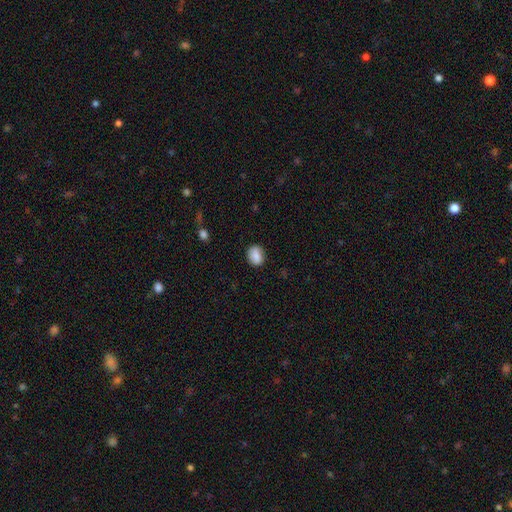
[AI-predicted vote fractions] A smooth galaxy with no disk features (87%) that is in between round and cigar-shaped (57%). Merging: none (81%).